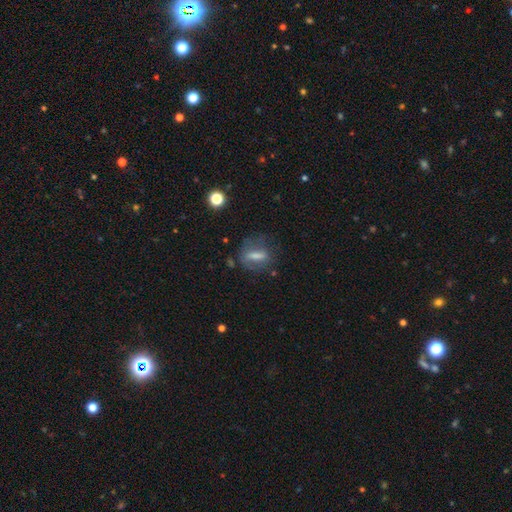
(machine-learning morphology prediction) Smooth or featured? smooth (47%)
Merging? none (65%)